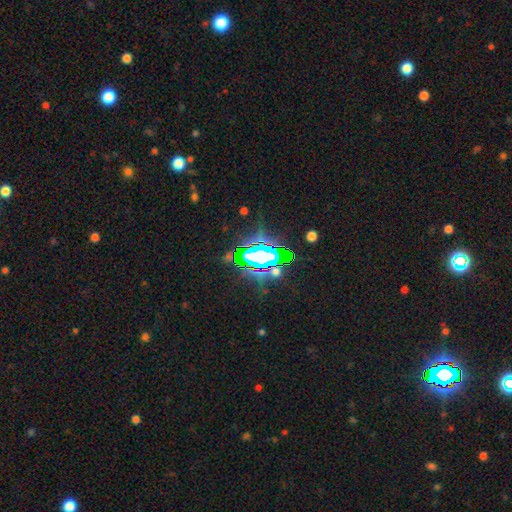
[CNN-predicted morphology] smooth-or-featured: star or artifact: 72% | featured or disk: 14% | smooth: 14%